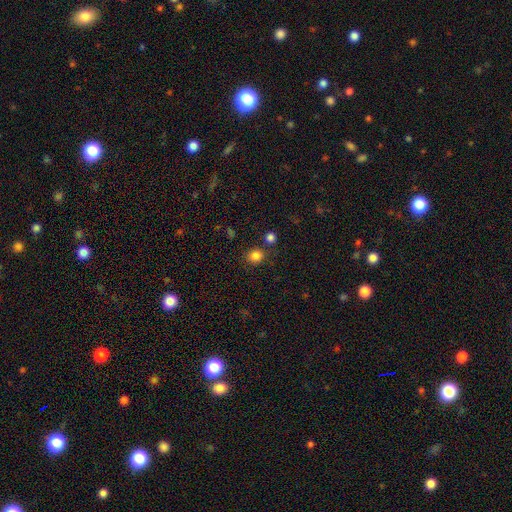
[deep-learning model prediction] Smooth or featured? Predicted: smooth (p=0.83). How rounded? Predicted: round (p=0.79). Merging? Predicted: none (p=0.78).